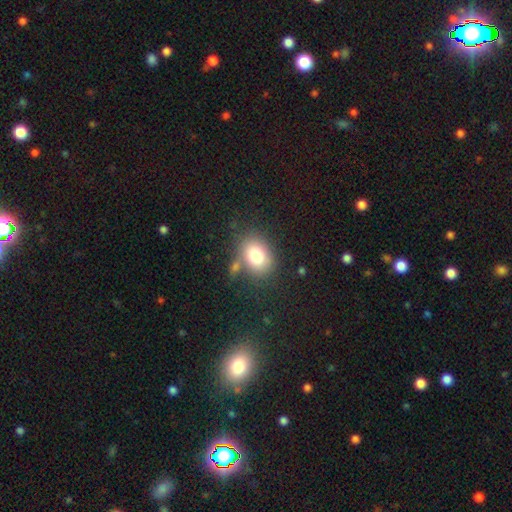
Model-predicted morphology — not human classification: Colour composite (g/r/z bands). It shows a smooth galaxy with no disk features (79%) that is in between round and cigar-shaped (62%). Merging: none (69%).